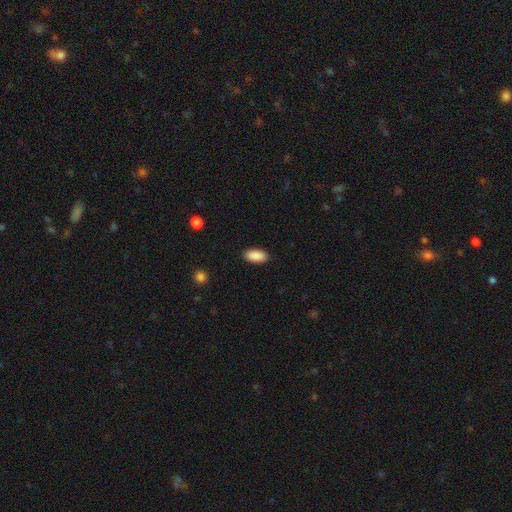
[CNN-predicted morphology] A smooth galaxy with no disk features (90%) that is in between round and cigar-shaped (92%).

Vote fractions:
- Smooth or featured? smooth: 90% / star or artifact: 7% / featured or disk: 3%
- How rounded? in between: 92% / cigar-shaped: 6% / round: 2%
- Merging? none: 89% / minor disturbance: 8% / major disturbance: 2% / merger: 1%